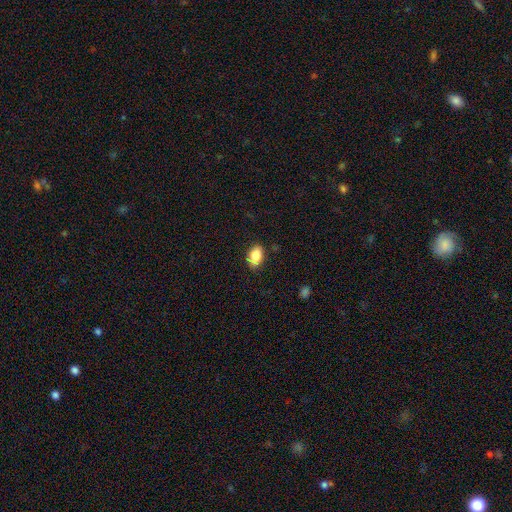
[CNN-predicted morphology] Smooth or featured? smooth (82%)
How rounded? in between (86%)
Merging? none (74%)